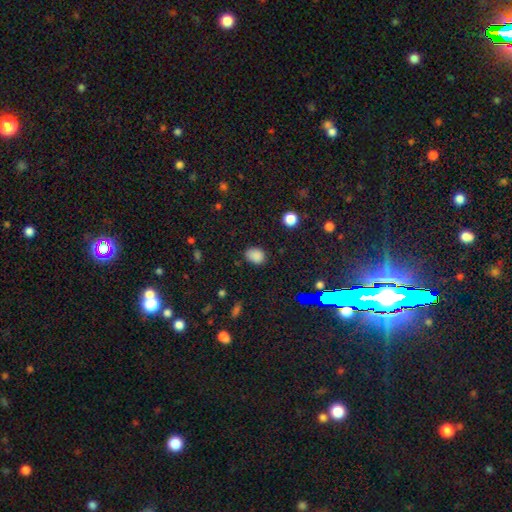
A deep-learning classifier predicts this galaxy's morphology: Smooth or featured: smooth — 84% (star or artifact — 13%)
How rounded: in between — 56% (round — 43%)
Merging: none — 83% (minor disturbance — 13%)